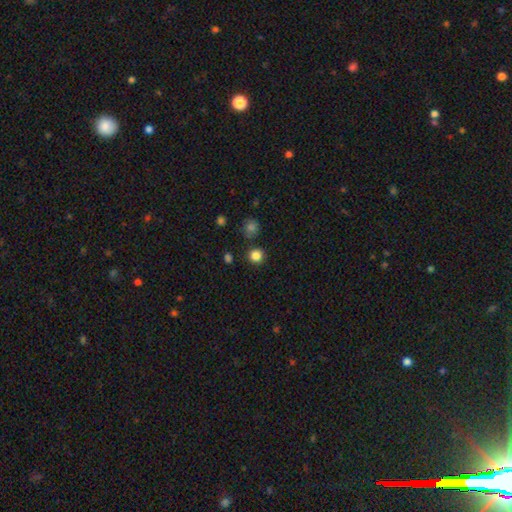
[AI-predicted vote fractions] A smooth galaxy with no disk features (84%) that is round (92%).

Vote fractions:
- Smooth or featured? smooth: 84% / star or artifact: 13% / featured or disk: 4%
- How rounded? round: 92% / in between: 7% / cigar-shaped: 1%
- Merging? none: 88% / minor disturbance: 6% / merger: 3% / major disturbance: 2%